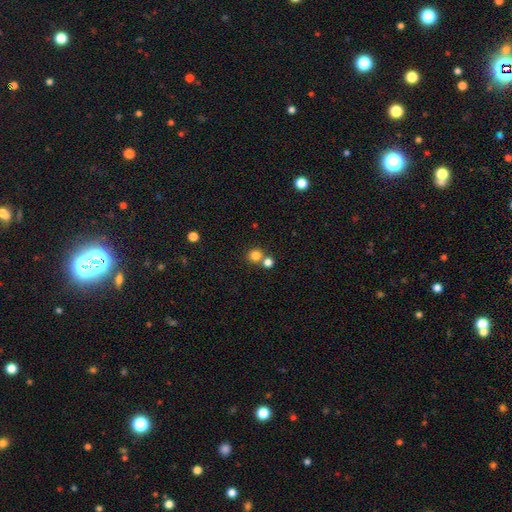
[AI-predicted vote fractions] Overall: smooth (81%). How rounded: round (90%). Merging: none (62%; merger 29%).